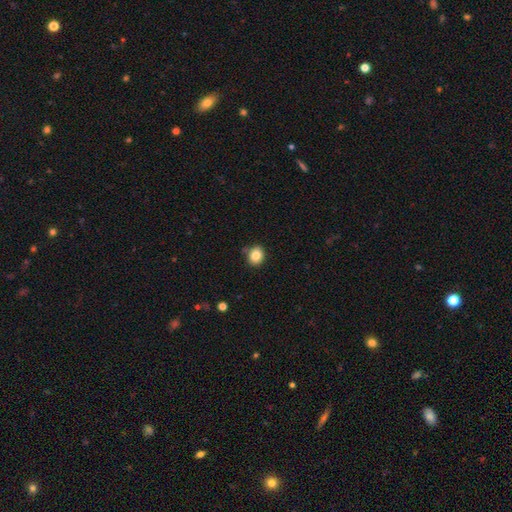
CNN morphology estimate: Smooth or featured: smooth — 84% (star or artifact — 10%)
How rounded: round — 67% (in between — 32%)
Merging: none — 82% (minor disturbance — 12%)